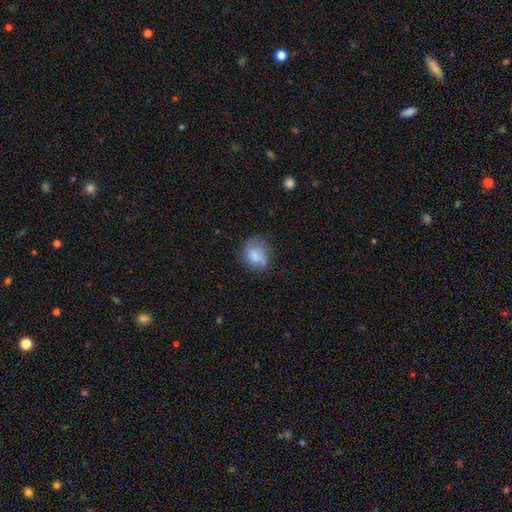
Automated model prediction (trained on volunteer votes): A smooth galaxy with no disk features (72%) that is round (54%). Merging: none (50%).